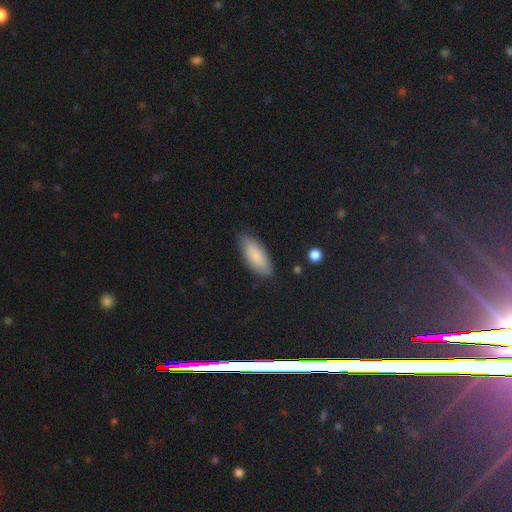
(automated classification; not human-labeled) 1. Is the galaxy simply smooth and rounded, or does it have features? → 83% smooth, 11% featured or disk, 6% star or artifact.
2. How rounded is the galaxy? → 78% in between, 21% cigar-shaped, 2% round.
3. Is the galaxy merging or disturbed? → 83% none, 14% minor disturbance, 2% major disturbance, 1% merger.